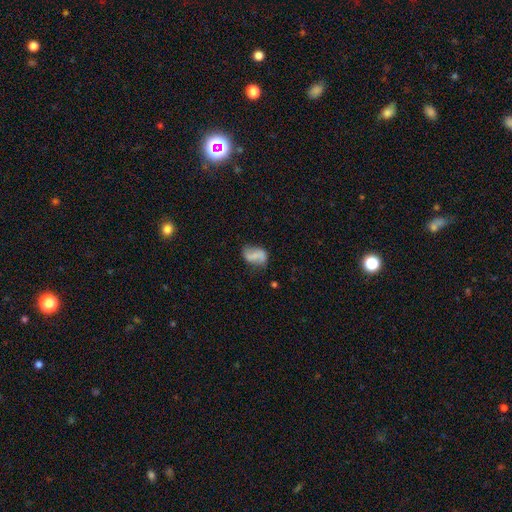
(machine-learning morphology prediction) Overall: featured or disk (48%; smooth 42%). Merging: none (58%; minor disturbance 26%).